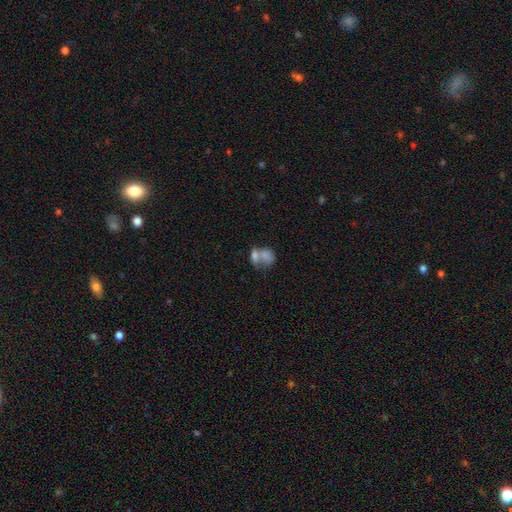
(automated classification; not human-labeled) Smooth or featured: smooth — 73% (featured or disk — 18%)
How rounded: in between — 65% (round — 33%)
Merging: merger — 65% (none — 20%)